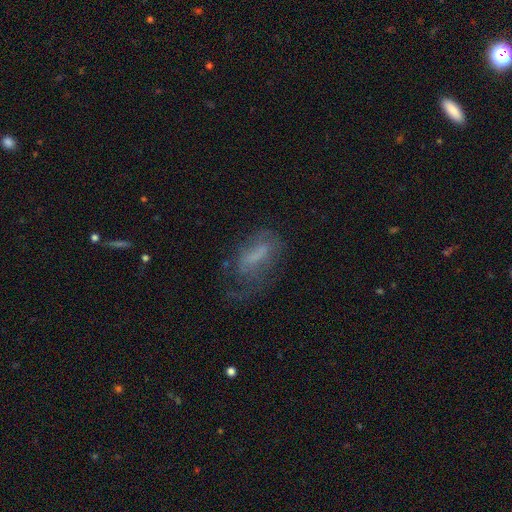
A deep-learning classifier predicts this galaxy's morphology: Smooth or featured?
  - featured or disk: 44% *
  - smooth: 43%
  - star or artifact: 13%
Merging?
  - none: 39% *
  - major disturbance: 35%
  - minor disturbance: 24%
  - merger: 3%